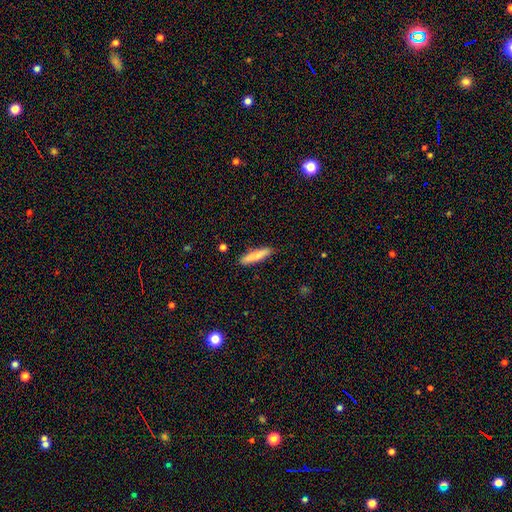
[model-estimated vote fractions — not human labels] A smooth galaxy with no disk features (82%) that is cigar-shaped (88%).

Vote fractions:
- Smooth or featured? smooth: 82% / featured or disk: 12% / star or artifact: 6%
- How rounded? cigar-shaped: 88% / in between: 11% / round: 1%
- Merging? none: 89% / minor disturbance: 8% / major disturbance: 2% / merger: 1%